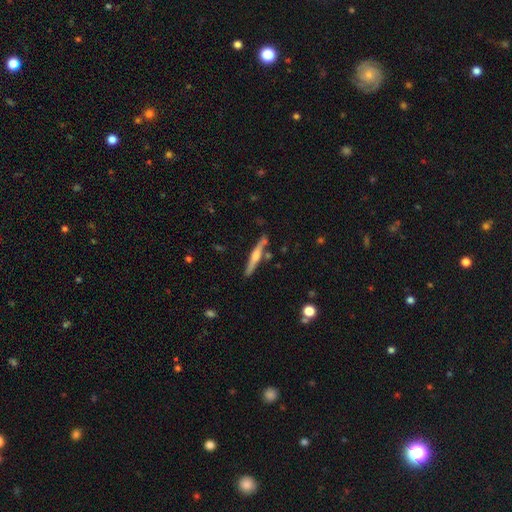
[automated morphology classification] Smooth or featured? featured or disk (60%)
Edge-on disk? yes (97%)
Edge-on bulge? rounded (71%)
Merging? none (82%)